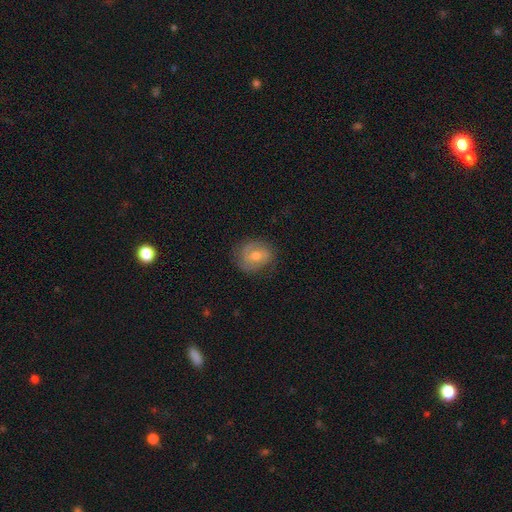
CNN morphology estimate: Smooth or featured?
  - featured or disk: 70% *
  - smooth: 21%
  - star or artifact: 9%
Edge-on disk?
  - no: 97% *
  - yes: 3%
Bar?
  - weak: 45% *
  - no: 42%
  - strong: 13%
Spiral arms?
  - yes: 89% *
  - no: 11%
Spiral winding?
  - tight: 48% *
  - medium: 40%
  - loose: 13%
Spiral arm count?
  - 2: 71% *
  - can't tell: 15%
  - 3: 5%
  - 1: 4%
  - 4: 2%
  - more than 4: 2%
Bulge size?
  - moderate: 63% *
  - small: 31%
  - large: 3%
  - none: 2%
  - dominant: 1%
Merging?
  - none: 78% *
  - minor disturbance: 16%
  - major disturbance: 5%
  - merger: 1%